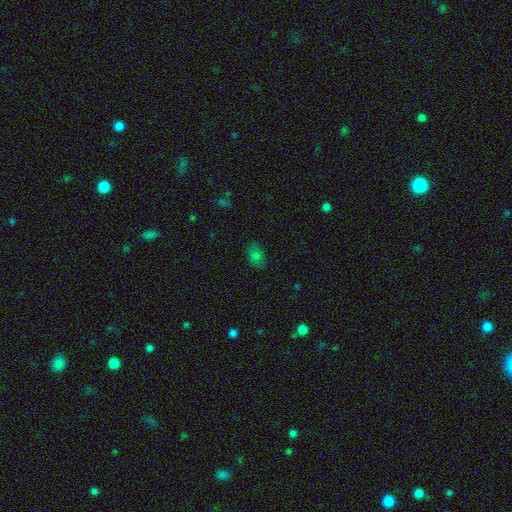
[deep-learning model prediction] Overall: smooth (75%). How rounded: in between (72%). Merging: none (76%).